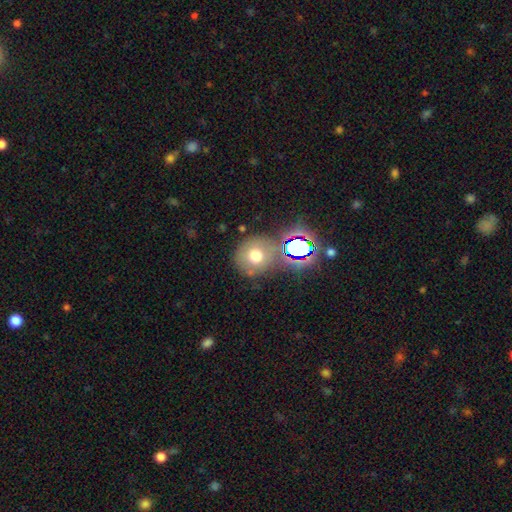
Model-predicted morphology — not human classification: type=smooth (66%); roundness=round (86%); merging=none (68%).